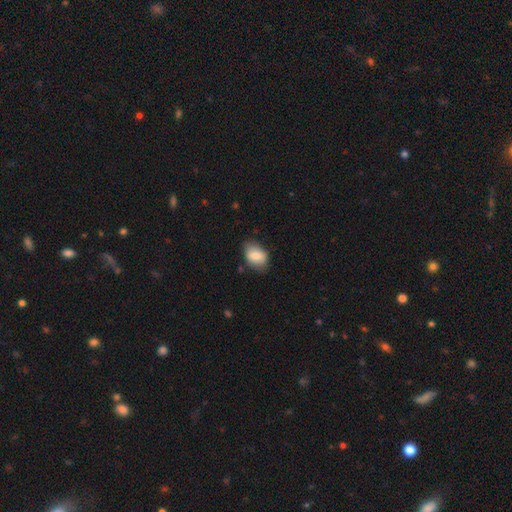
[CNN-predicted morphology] Smooth or featured? smooth (77%)
How rounded? in between (83%)
Merging? none (74%)